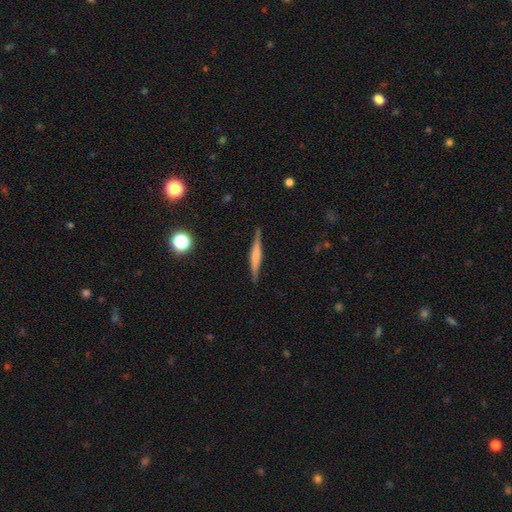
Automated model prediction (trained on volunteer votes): Smooth or featured: featured or disk — 57% (smooth — 36%)
Edge-on disk: yes — 97% (no — 3%)
Edge-on bulge: boxy — 39% (rounded — 34%)
Merging: none — 88% (minor disturbance — 9%)